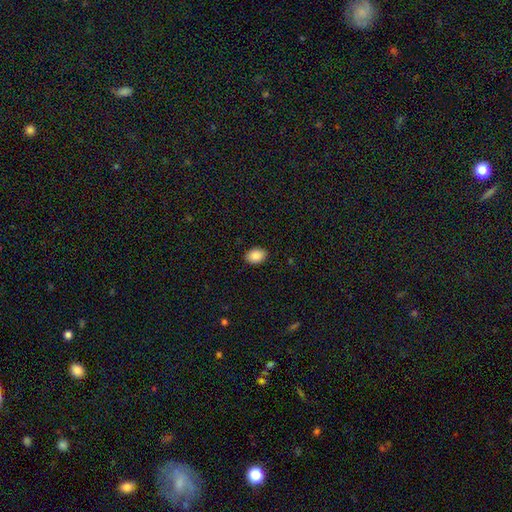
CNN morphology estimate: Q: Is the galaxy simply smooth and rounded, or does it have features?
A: smooth — 89%.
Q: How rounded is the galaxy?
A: in between — 81%.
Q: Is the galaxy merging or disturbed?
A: none — 89%.